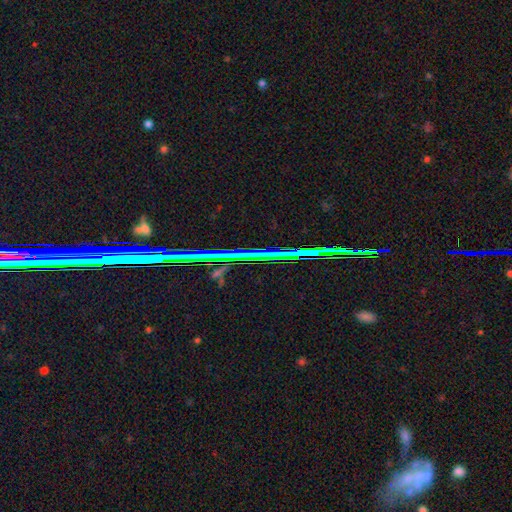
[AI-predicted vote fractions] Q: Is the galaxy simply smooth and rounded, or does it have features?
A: star or artifact — 79%.